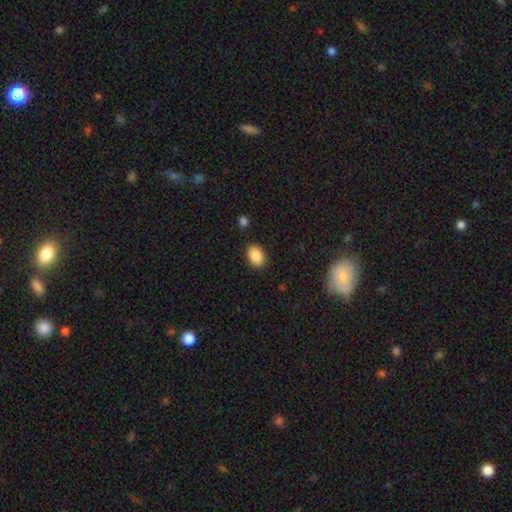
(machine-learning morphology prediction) type=smooth (87%); roundness=in between (75%); merging=none (86%).